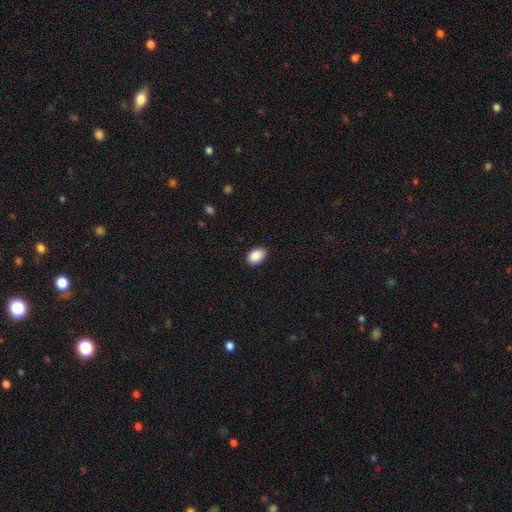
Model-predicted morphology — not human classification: A smooth galaxy with no disk features (90%) that is in between round and cigar-shaped (85%).

Vote fractions:
- Smooth or featured? smooth: 90% / star or artifact: 7% / featured or disk: 3%
- How rounded? in between: 85% / round: 14% / cigar-shaped: 1%
- Merging? none: 89% / minor disturbance: 8% / major disturbance: 2% / merger: 1%